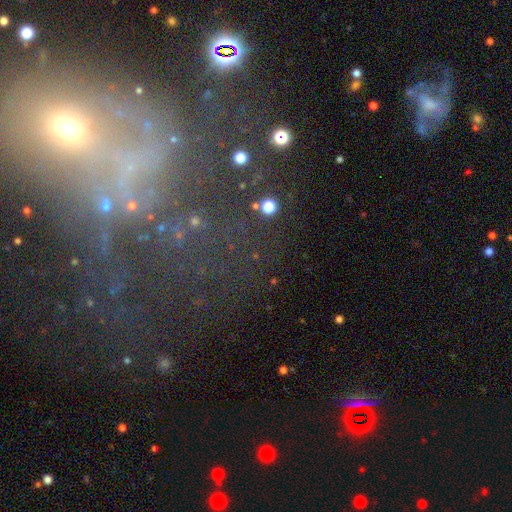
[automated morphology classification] This appears to be a star or artifact, not a galaxy (40%).